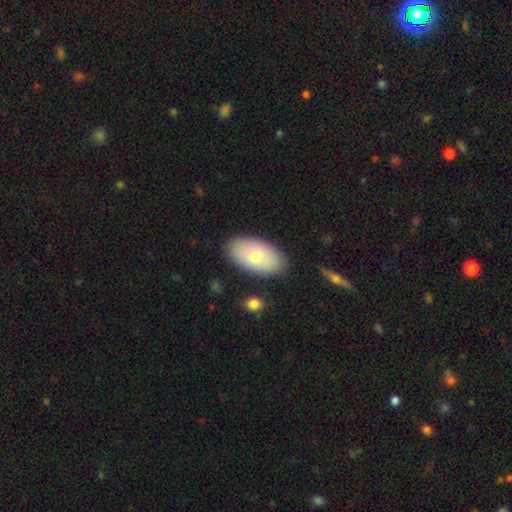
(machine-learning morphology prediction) The model was most divided on "smooth or featured": smooth: 70%, featured or disk: 24%, star or artifact: 6%. More confident: how rounded — in between (94%); merging — none (85%).